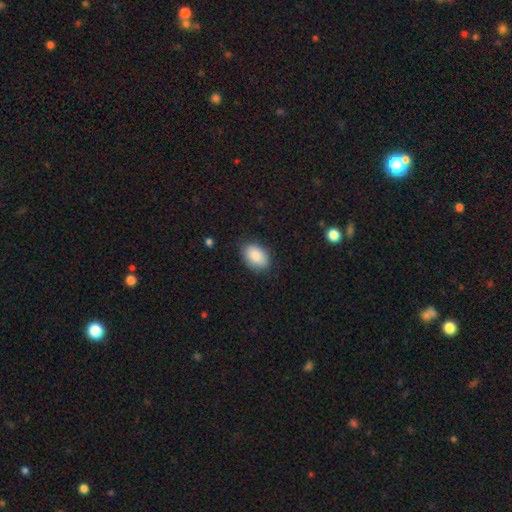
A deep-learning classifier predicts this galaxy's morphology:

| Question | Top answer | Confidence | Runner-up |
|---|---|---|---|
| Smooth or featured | smooth | 88% | star or artifact (7%) |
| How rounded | in between | 88% | round (11%) |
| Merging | none | 82% | minor disturbance (13%) |